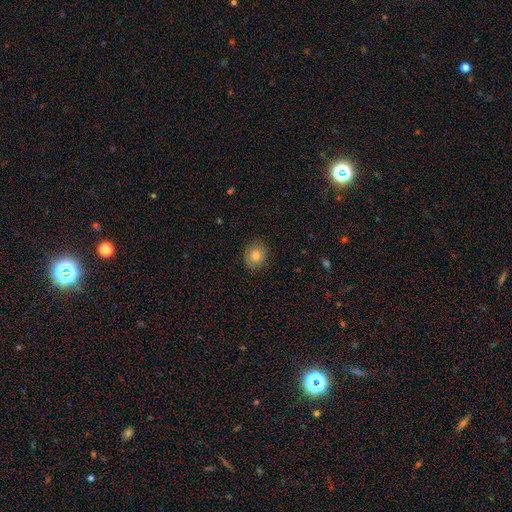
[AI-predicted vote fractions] A smooth galaxy with no disk features (80%) that is round (73%). Merging: none (86%).